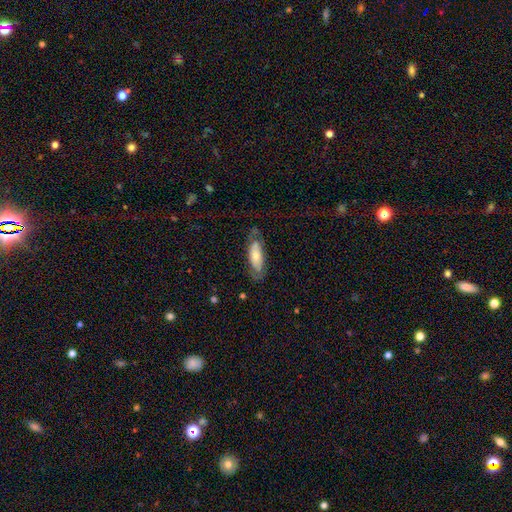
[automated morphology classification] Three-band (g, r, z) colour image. It shows a smooth galaxy with no disk features (57%) that is in between round and cigar-shaped (69%). Merging: none (62%).